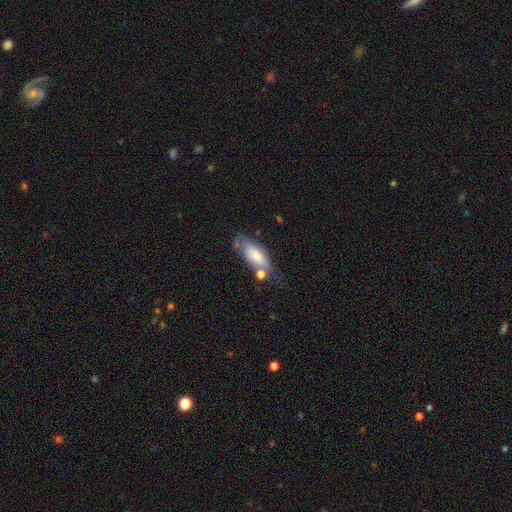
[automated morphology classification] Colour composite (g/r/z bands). It shows a smooth galaxy with no disk features (71%) that is in between round and cigar-shaped (76%). Merging: none (45%).